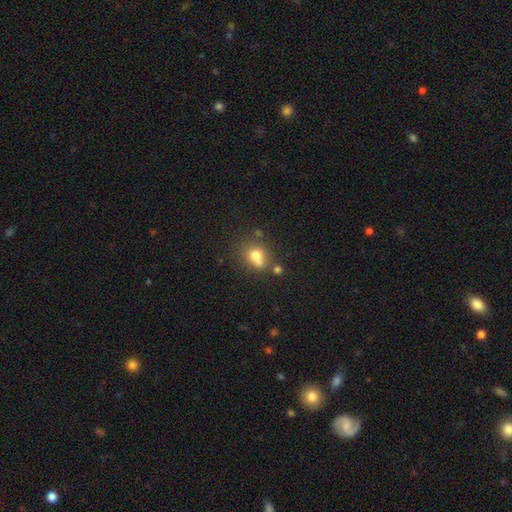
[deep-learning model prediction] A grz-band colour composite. It shows a smooth galaxy with no disk features (71%) that is round (67%). Merging: none (43%).